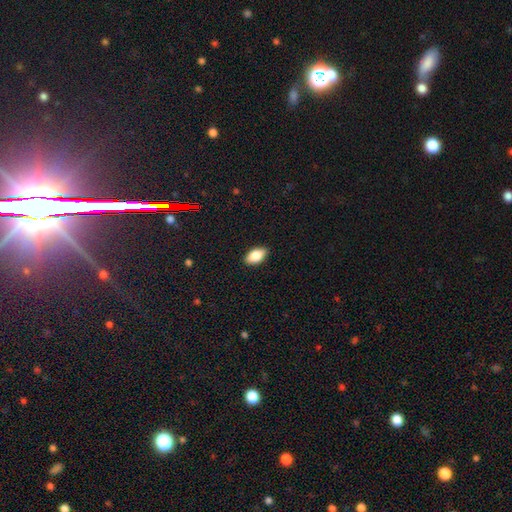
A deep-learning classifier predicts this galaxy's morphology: Smooth or featured? smooth (81%)
How rounded? in between (91%)
Merging? none (88%)